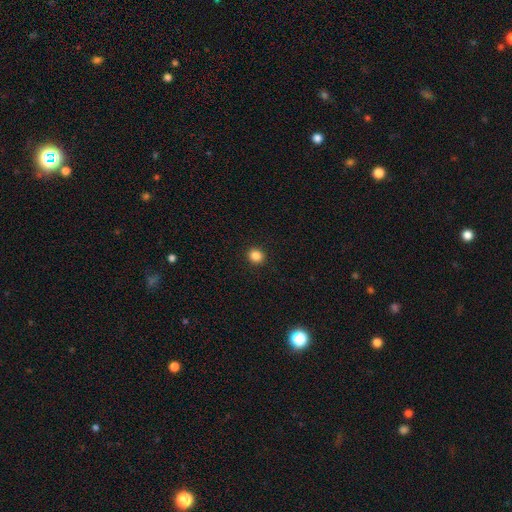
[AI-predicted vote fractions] Smooth or featured?
  - smooth: 85% *
  - star or artifact: 11%
  - featured or disk: 3%
How rounded?
  - round: 87% *
  - in between: 12%
  - cigar-shaped: 1%
Merging?
  - none: 93% *
  - minor disturbance: 5%
  - major disturbance: 2%
  - merger: 1%